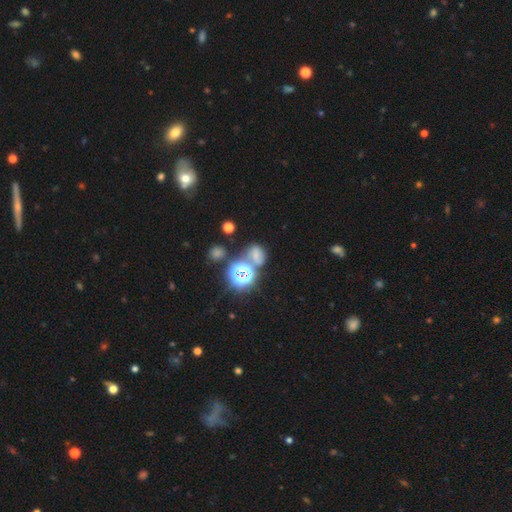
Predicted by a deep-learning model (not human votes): Smooth or featured? smooth (47%)
Merging? none (48%)